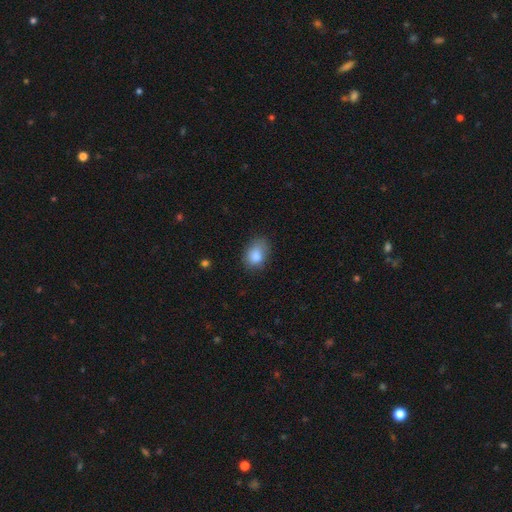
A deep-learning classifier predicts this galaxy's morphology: This appears to be a smooth galaxy with no disk features (84%) that is in between round and cigar-shaped (70%). Merging: none (63%).